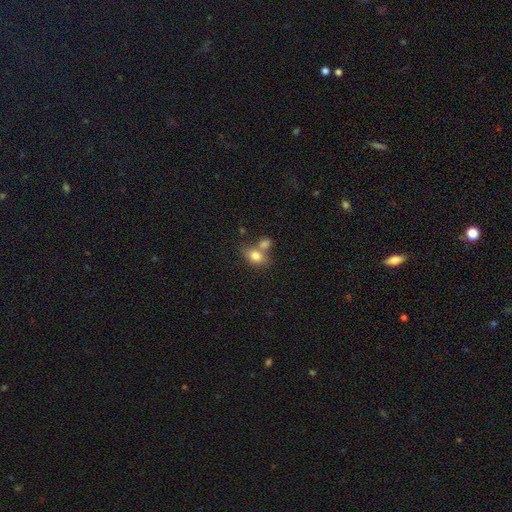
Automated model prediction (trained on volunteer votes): Q: Smooth or featured?
A: smooth (79%); runner-up: featured or disk (12%)
Q: How rounded?
A: in between (70%); runner-up: round (28%)
Q: Merging?
A: merger (44%); runner-up: none (39%)